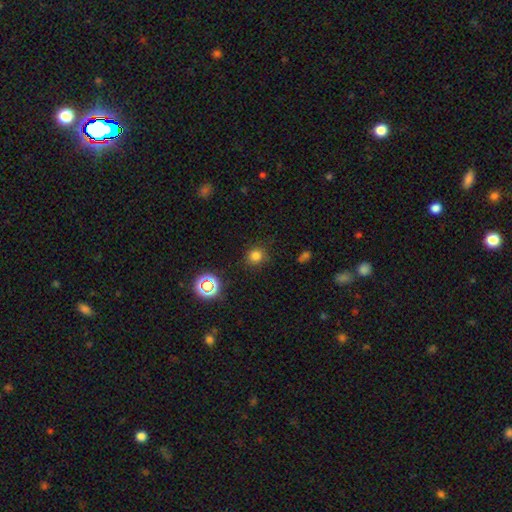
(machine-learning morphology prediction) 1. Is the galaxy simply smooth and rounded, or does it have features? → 77% smooth, 18% star or artifact, 5% featured or disk.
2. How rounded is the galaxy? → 89% round, 10% in between, 1% cigar-shaped.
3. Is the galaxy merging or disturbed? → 83% none, 11% minor disturbance, 4% major disturbance, 2% merger.